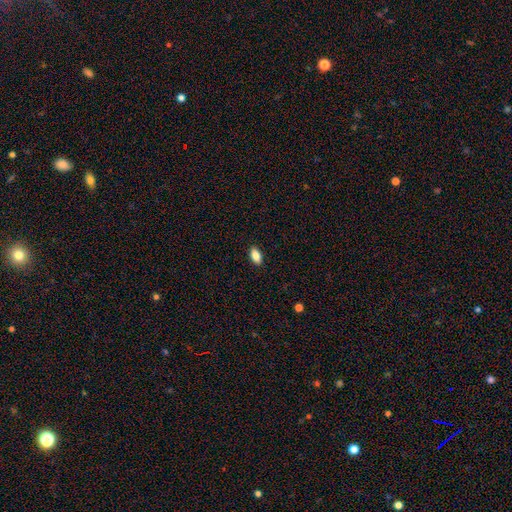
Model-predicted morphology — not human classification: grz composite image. It shows a smooth galaxy with no disk features (83%) that is in between round and cigar-shaped (89%). Merging: none (89%).